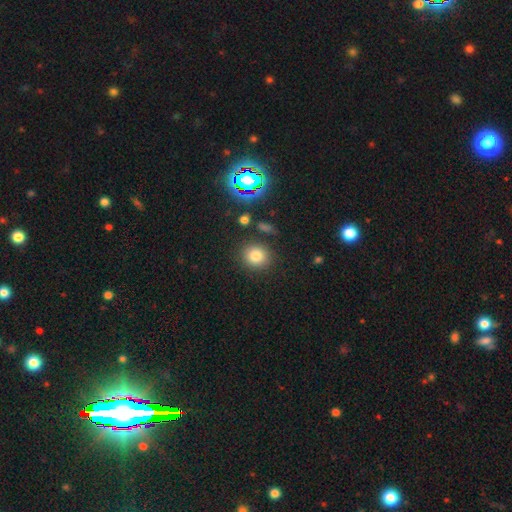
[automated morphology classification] The model was most divided on "smooth or featured": smooth: 78%, star or artifact: 15%, featured or disk: 7%. More confident: merging — none (85%); how rounded — round (83%).